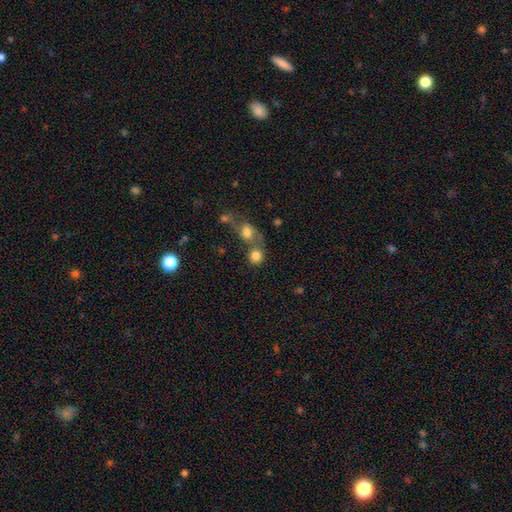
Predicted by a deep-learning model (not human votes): Smooth or featured? Predicted: smooth (p=0.81). How rounded? Predicted: round (p=0.78). Merging? Predicted: merger (p=0.49).